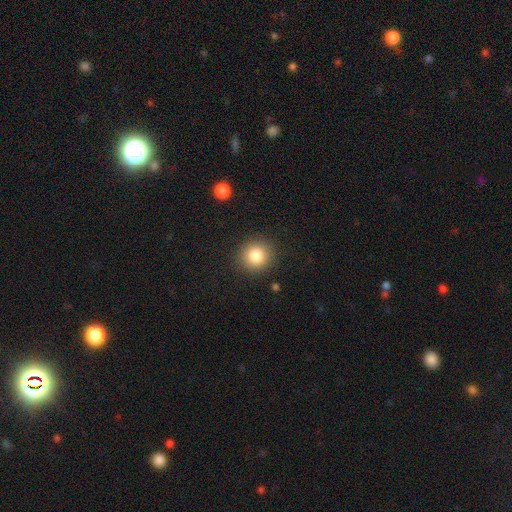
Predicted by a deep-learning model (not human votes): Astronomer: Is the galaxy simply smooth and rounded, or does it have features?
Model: smooth — 84%.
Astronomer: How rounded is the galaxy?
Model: round — 90%.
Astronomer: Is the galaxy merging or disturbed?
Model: none — 90%.